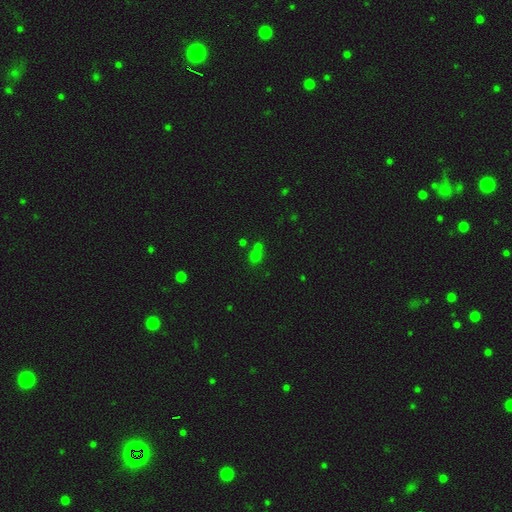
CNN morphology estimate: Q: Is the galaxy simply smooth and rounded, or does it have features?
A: smooth — 58%.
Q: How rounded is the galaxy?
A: round — 81%.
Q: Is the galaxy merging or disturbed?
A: none — 53%.